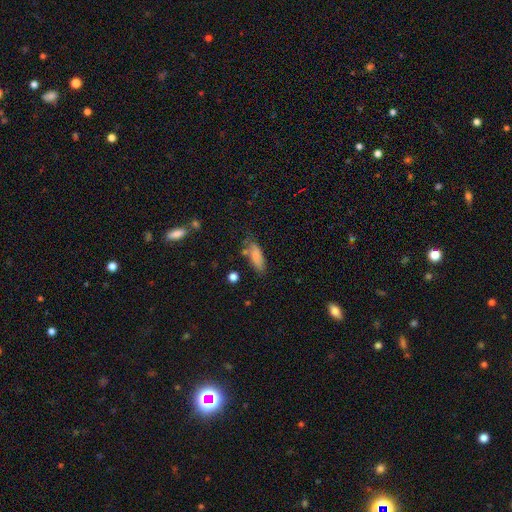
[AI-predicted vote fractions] Smooth or featured?
  - smooth: 84% *
  - star or artifact: 8%
  - featured or disk: 8%
How rounded?
  - in between: 65% *
  - cigar-shaped: 33%
  - round: 2%
Merging?
  - none: 67% *
  - minor disturbance: 22%
  - major disturbance: 6%
  - merger: 5%